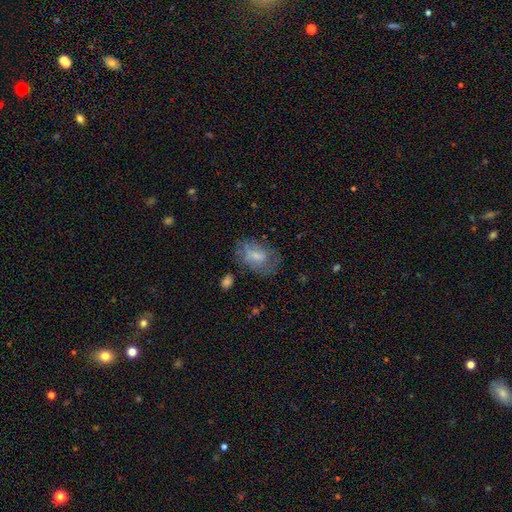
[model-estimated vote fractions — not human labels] Morphology: type=smooth (56%); roundness=in between (83%); merging=none (56%).